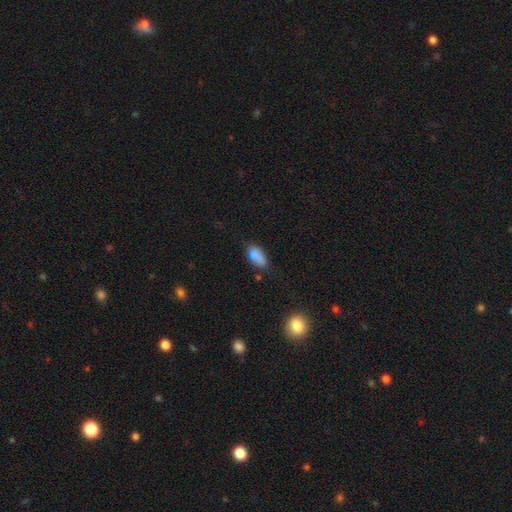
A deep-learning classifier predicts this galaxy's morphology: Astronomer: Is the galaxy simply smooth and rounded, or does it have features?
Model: smooth — 81%.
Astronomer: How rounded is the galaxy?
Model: in between — 89%.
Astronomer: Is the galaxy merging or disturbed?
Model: none — 55%.